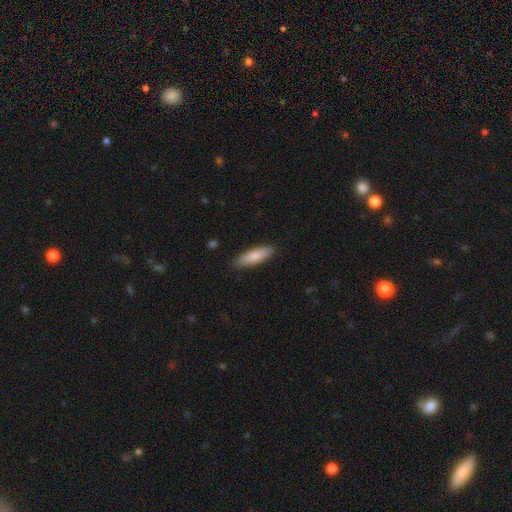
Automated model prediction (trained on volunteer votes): This is clearly a smooth galaxy (84%). How rounded: possibly cigar-shaped (58%). Merging: clearly none (88%).